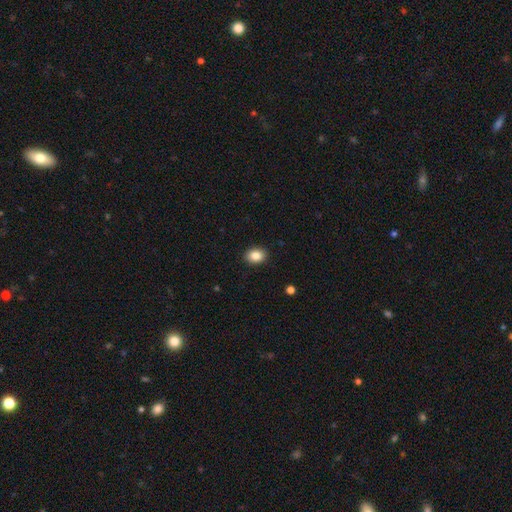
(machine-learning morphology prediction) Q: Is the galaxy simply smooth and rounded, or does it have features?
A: smooth — 86%.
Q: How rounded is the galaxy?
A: in between — 63%.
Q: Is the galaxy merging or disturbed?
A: none — 91%.